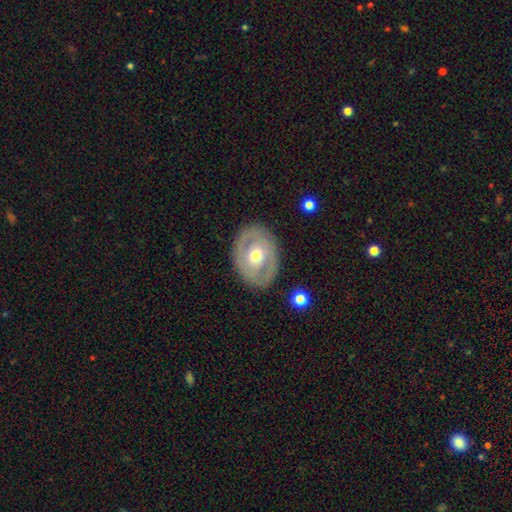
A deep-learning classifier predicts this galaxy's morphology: Q: Smooth or featured?
A: featured or disk (58%); runner-up: smooth (37%)
Q: Edge-on disk?
A: no (93%); runner-up: yes (7%)
Q: Bar?
A: no (72%); runner-up: weak (21%)
Q: Spiral arms?
A: no (70%); runner-up: yes (30%)
Q: Bulge size?
A: moderate (72%); runner-up: small (18%)
Q: Merging?
A: none (84%); runner-up: minor disturbance (11%)